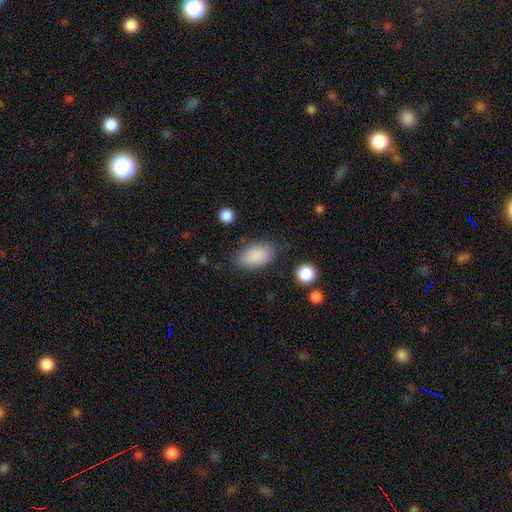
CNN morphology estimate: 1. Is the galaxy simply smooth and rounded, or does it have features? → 88% smooth, 7% star or artifact, 5% featured or disk.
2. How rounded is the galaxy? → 93% in between, 5% round, 2% cigar-shaped.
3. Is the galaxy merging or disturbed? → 80% none, 14% minor disturbance, 4% major disturbance, 2% merger.